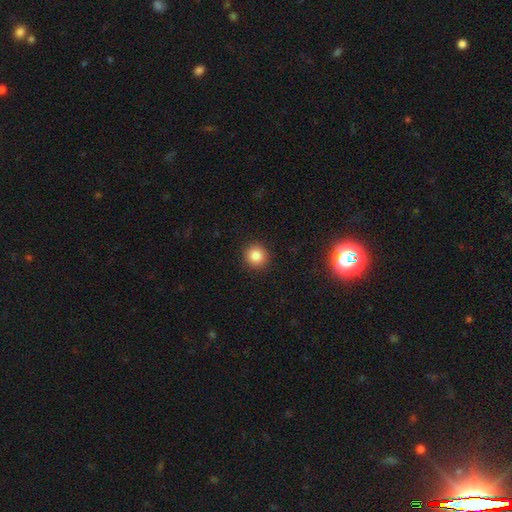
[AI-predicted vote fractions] Smooth or featured? smooth (85%)
How rounded? round (93%)
Merging? none (92%)